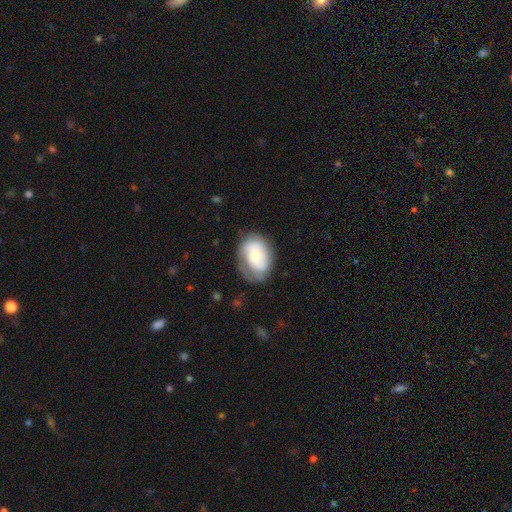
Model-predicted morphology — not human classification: The model was most divided on "smooth or featured": featured or disk: 48%, smooth: 46%, star or artifact: 7%. More confident: merging — none (57%).